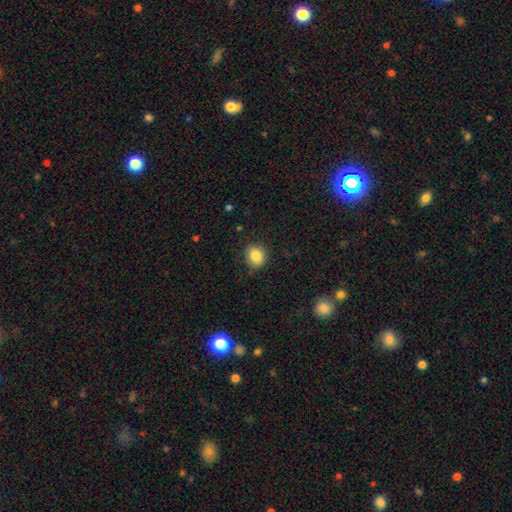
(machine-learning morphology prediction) Smooth or featured? Predicted: smooth (p=0.87). How rounded? Predicted: round (p=0.67). Merging? Predicted: none (p=0.85).